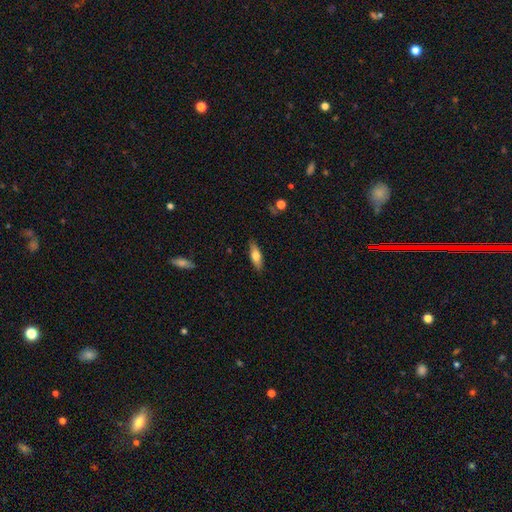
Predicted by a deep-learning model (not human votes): Smooth or featured? Predicted: smooth (p=0.67). How rounded? Predicted: in between (p=0.57). Merging? Predicted: none (p=0.86).